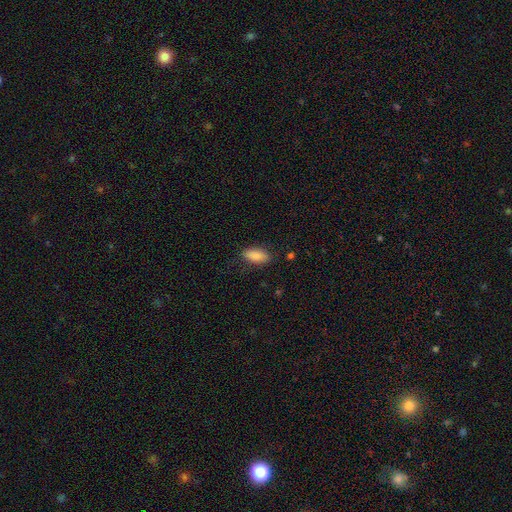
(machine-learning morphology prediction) This appears to be a smooth galaxy with no disk features (89%) that is in between round and cigar-shaped (87%). Merging: none (83%).